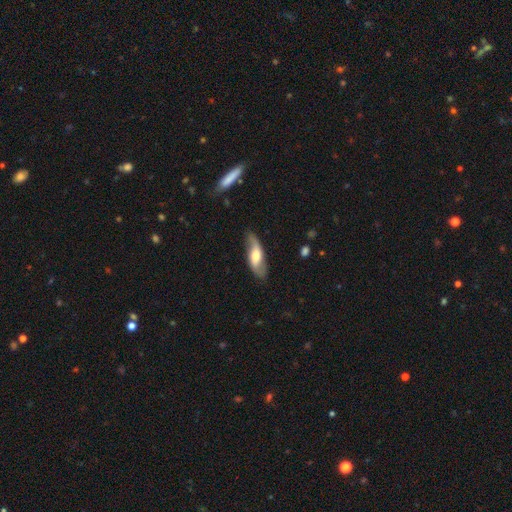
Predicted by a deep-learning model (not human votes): A featured or disk galaxy (60%).

Vote fractions:
- Smooth or featured? featured or disk: 60% / smooth: 34% / star or artifact: 6%
- Edge-on disk? no: 79% / yes: 21%
- Merging? none: 74% / minor disturbance: 19% / major disturbance: 6% / merger: 2%